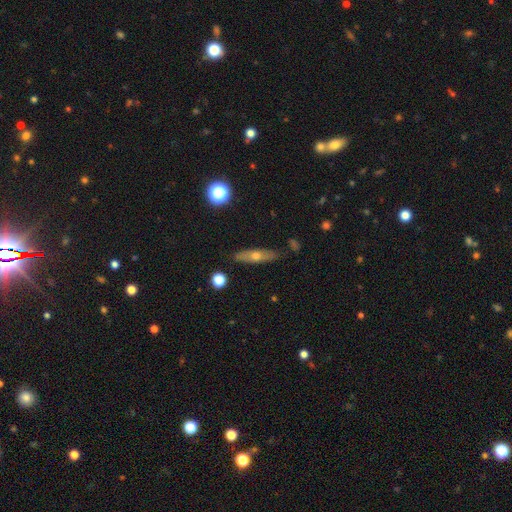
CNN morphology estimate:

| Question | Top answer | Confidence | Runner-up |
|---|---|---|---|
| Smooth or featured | smooth | 46% | tied: featured or disk (46%) |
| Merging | none | 86% | minor disturbance (10%) |